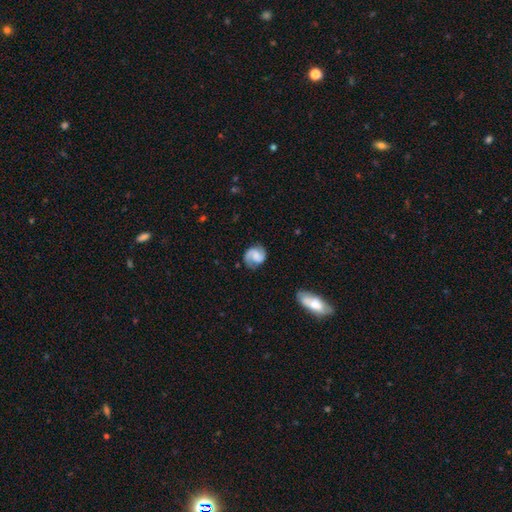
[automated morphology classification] This appears to be a featured or disk galaxy (76%) with a weak bar (45%), 2 (84%) medium (49%) spiral arms (96%) and no central bulge (35%). Merging: none (76%).